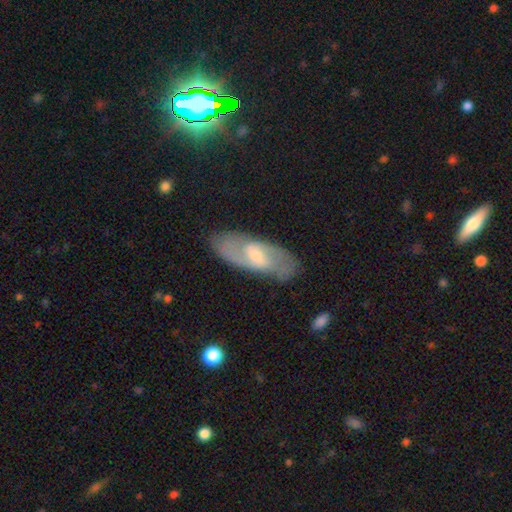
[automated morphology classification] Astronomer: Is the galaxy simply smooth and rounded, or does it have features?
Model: featured or disk — 74%.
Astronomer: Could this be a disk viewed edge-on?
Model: no — 88%.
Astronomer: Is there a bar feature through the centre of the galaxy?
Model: weak — 53% (runner-up: no, 29%).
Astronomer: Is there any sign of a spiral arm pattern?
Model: yes — 85%.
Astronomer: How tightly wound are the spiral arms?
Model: medium — 45% (runner-up: tight, 32%).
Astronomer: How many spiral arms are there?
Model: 2 — 76%.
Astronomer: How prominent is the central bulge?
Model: small — 57% (runner-up: moderate, 38%).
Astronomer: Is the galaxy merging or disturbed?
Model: none — 82%.